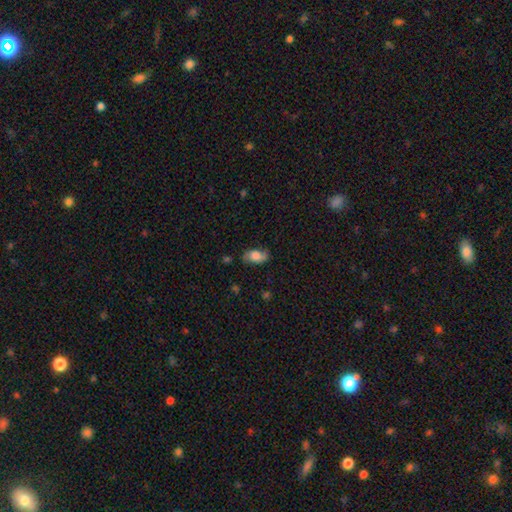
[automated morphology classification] Smooth or featured?
  - smooth: 67% *
  - featured or disk: 25%
  - star or artifact: 8%
How rounded?
  - in between: 89% *
  - round: 7%
  - cigar-shaped: 4%
Merging?
  - none: 71% *
  - minor disturbance: 22%
  - major disturbance: 6%
  - merger: 2%